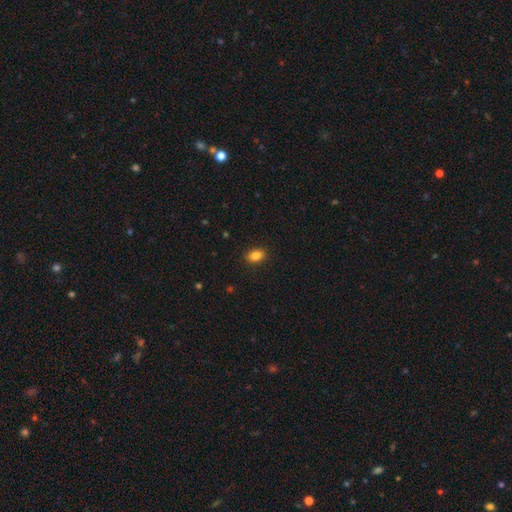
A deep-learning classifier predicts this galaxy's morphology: This is clearly a smooth galaxy (85%). How rounded: clearly in between (82%). Merging: clearly none (89%).